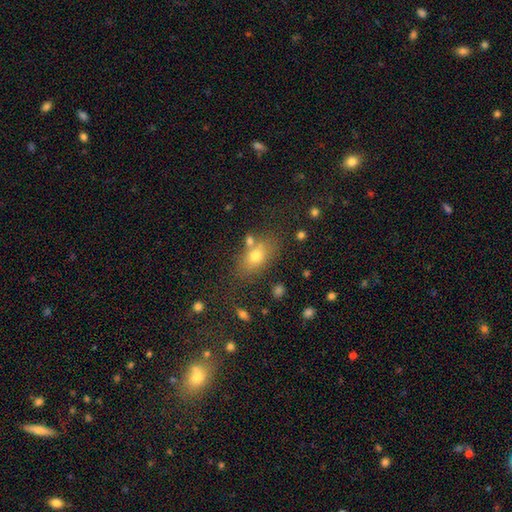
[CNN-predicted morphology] A smooth galaxy with no disk features (70%) that is in between round and cigar-shaped (76%). Merging: none (65%).